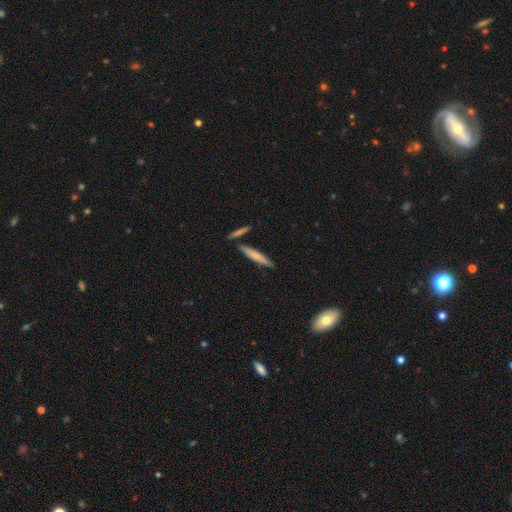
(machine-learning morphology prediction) A smooth galaxy with no disk features (67%) that is cigar-shaped (90%).

Vote fractions:
- Smooth or featured? smooth: 67% / featured or disk: 27% / star or artifact: 5%
- How rounded? cigar-shaped: 90% / in between: 8% / round: 2%
- Merging? none: 81% / minor disturbance: 9% / merger: 7% / major disturbance: 2%